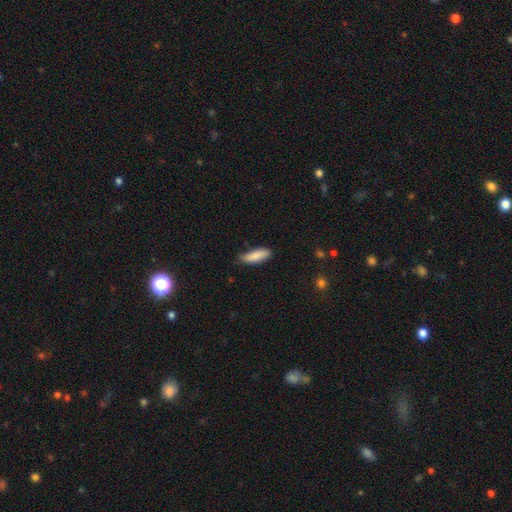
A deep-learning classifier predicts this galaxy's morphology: Smooth or featured: smooth — 85% (featured or disk — 9%)
How rounded: in between — 53% (cigar-shaped — 46%)
Merging: none — 73% (minor disturbance — 23%)